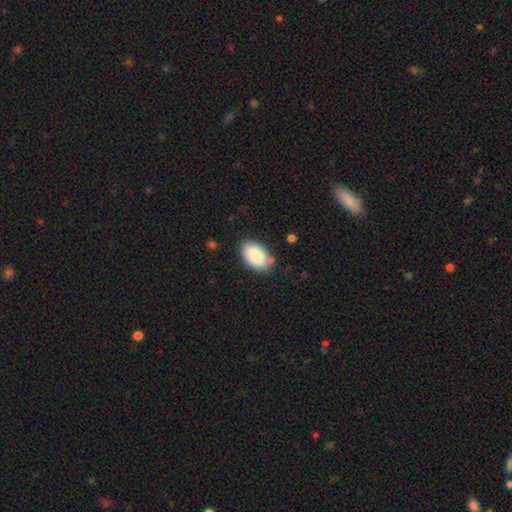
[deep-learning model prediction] Smooth or featured? smooth (87%)
How rounded? in between (92%)
Merging? none (80%)